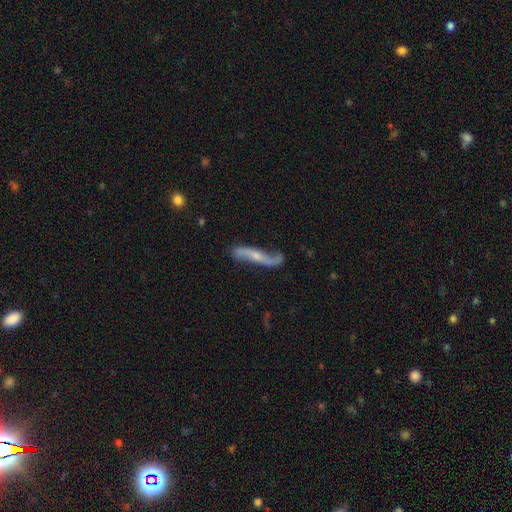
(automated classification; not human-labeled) Smooth or featured?
  - featured or disk: 79% *
  - smooth: 16%
  - star or artifact: 6%
Edge-on disk?
  - no: 69% *
  - yes: 31%
Bar?
  - no: 52% *
  - weak: 27%
  - strong: 21%
Spiral arms?
  - yes: 92% *
  - no: 8%
Spiral winding?
  - loose: 83% *
  - medium: 11%
  - tight: 5%
Spiral arm count?
  - 2: 91% *
  - 1: 3%
  - can't tell: 3%
  - 3: 1%
  - 4: 1%
  - more than 4: 1%
Bulge size?
  - small: 58% *
  - moderate: 33%
  - none: 6%
  - large: 2%
  - dominant: 1%
Merging?
  - none: 66% *
  - minor disturbance: 22%
  - major disturbance: 9%
  - merger: 3%